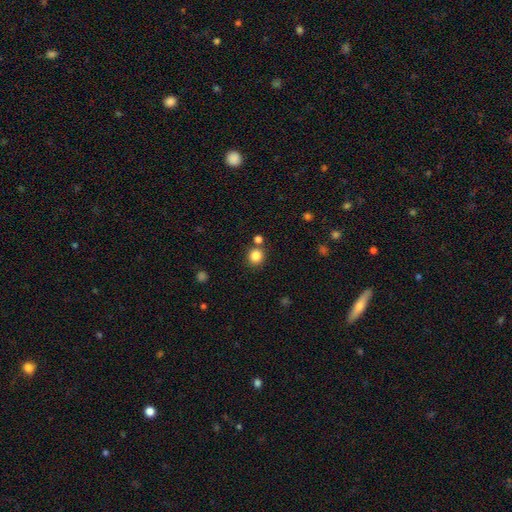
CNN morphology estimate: This appears to be a smooth galaxy with no disk features (84%) that is round (89%). Merging: none (79%).